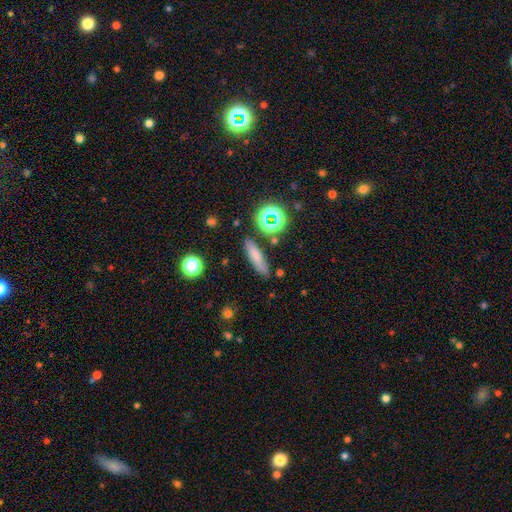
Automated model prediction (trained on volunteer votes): Smooth or featured? Predicted: smooth (p=0.71). How rounded? Predicted: cigar-shaped (p=0.66). Merging? Predicted: none (p=0.82).